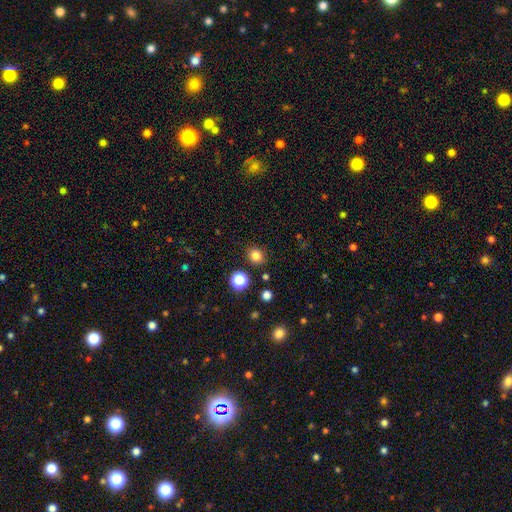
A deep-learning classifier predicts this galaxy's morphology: type=smooth (81%); roundness=round (76%); merging=none (87%).